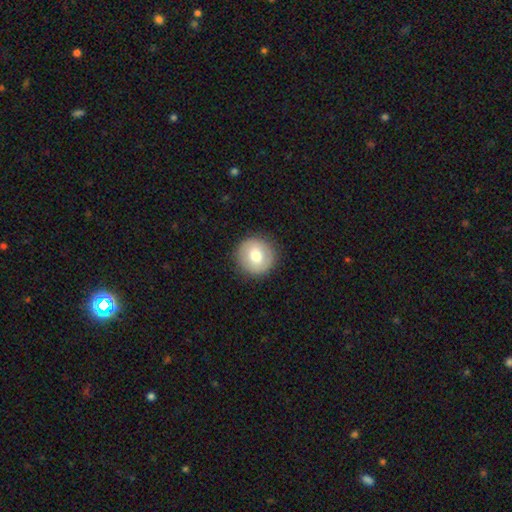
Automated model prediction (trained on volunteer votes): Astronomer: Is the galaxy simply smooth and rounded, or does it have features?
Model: smooth — 69%.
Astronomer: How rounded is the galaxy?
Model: round — 94%.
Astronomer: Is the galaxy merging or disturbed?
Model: none — 90%.